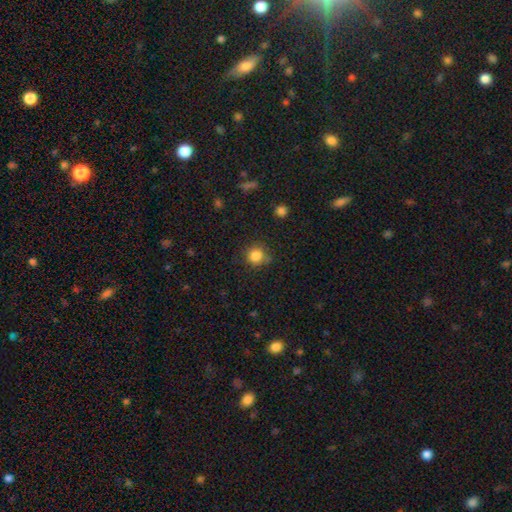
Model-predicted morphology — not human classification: The model was most divided on "merging": none: 78%, minor disturbance: 14%, major disturbance: 4%, merger: 4%. More confident: how rounded — round (91%); smooth or featured — smooth (84%).